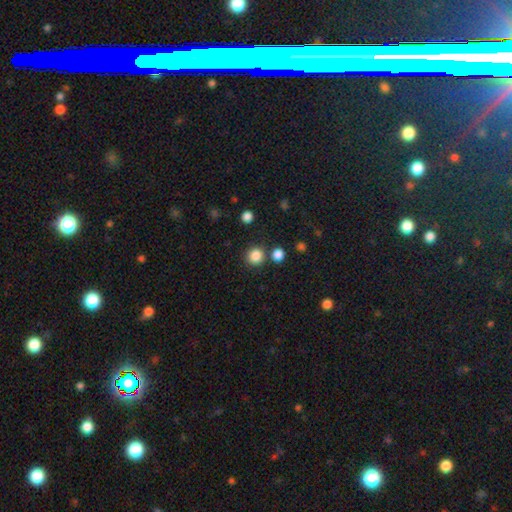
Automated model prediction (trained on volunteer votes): A smooth galaxy with no disk features (85%) that is round (91%). Merging: none (82%).